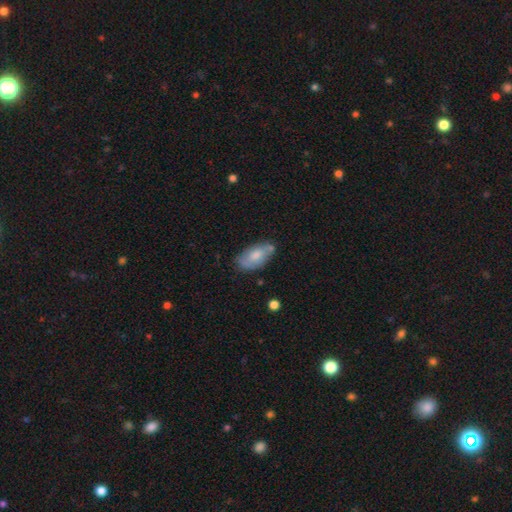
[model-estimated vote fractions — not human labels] This appears to be a smooth galaxy with no disk features (62%) that is in between round and cigar-shaped (91%). Merging: none (59%).